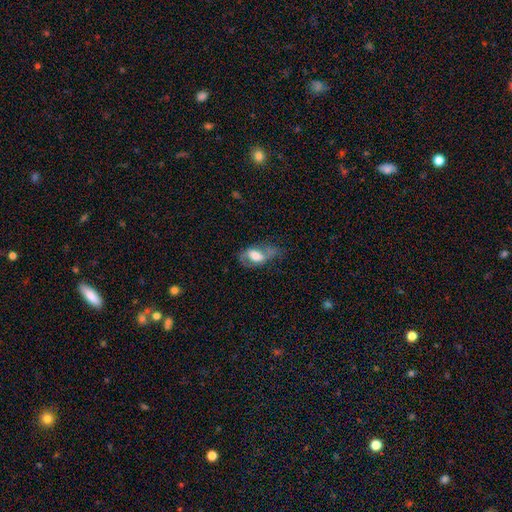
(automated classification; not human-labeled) A featured or disk galaxy (55%). Merging: none (43%).